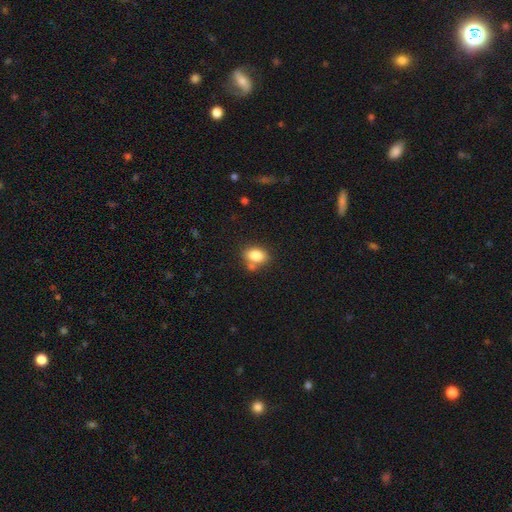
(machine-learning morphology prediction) Smooth or featured? smooth (83%)
How rounded? in between (76%)
Merging? none (65%)